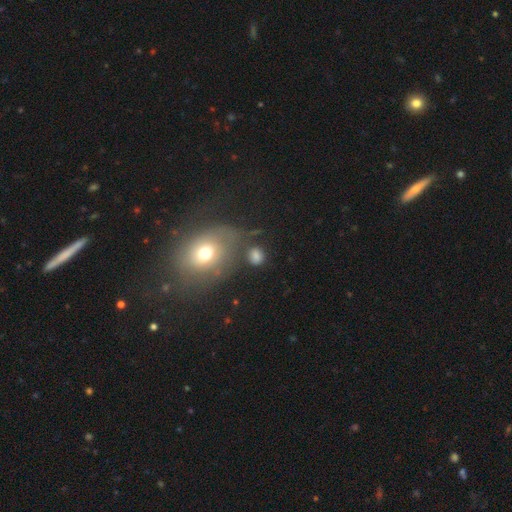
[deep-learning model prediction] Overall: smooth (64%). How rounded: round (59%; in between 39%). Merging: none (61%).